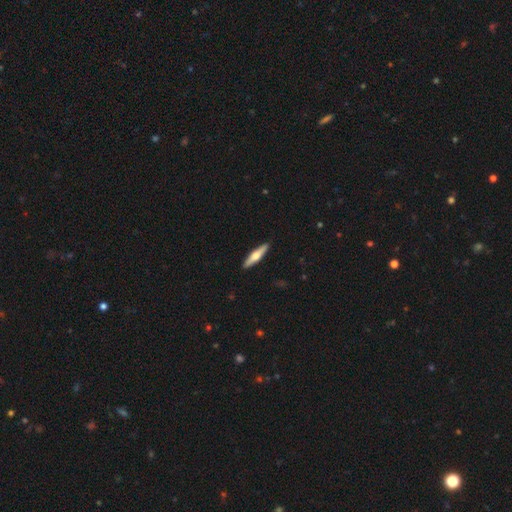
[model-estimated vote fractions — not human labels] Smooth or featured? Predicted: featured or disk (p=0.51). Edge-on disk? Predicted: yes (p=0.95). Merging? Predicted: none (p=0.91).